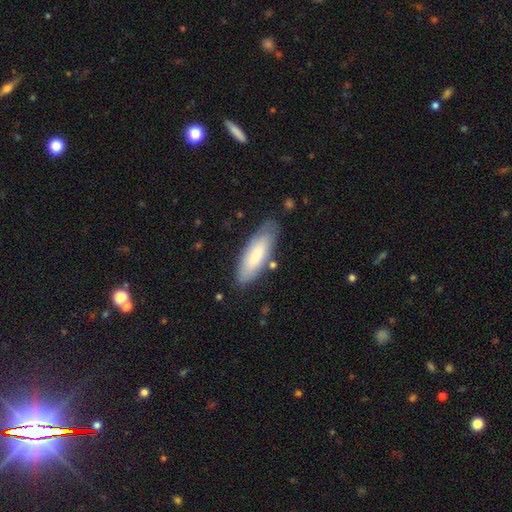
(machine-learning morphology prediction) Smooth or featured? Predicted: smooth (p=0.72). How rounded? Predicted: in between (p=0.62). Merging? Predicted: none (p=0.77).